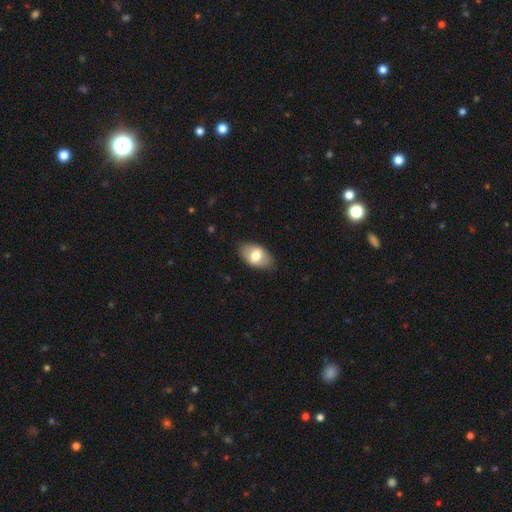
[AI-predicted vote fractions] smooth 69%, featured or disk 24%, star or artifact 6%. Down the decision tree: how rounded — in between (92%); merging — none (82%).